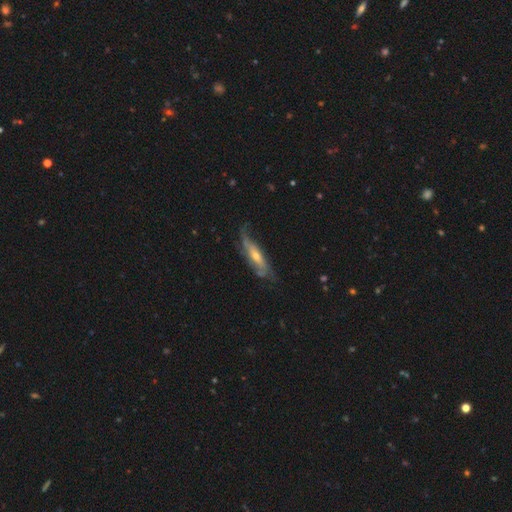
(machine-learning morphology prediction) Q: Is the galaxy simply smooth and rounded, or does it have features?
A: featured or disk — 73%.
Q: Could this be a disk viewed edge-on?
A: no — 63%.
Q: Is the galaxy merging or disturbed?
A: none — 56%.